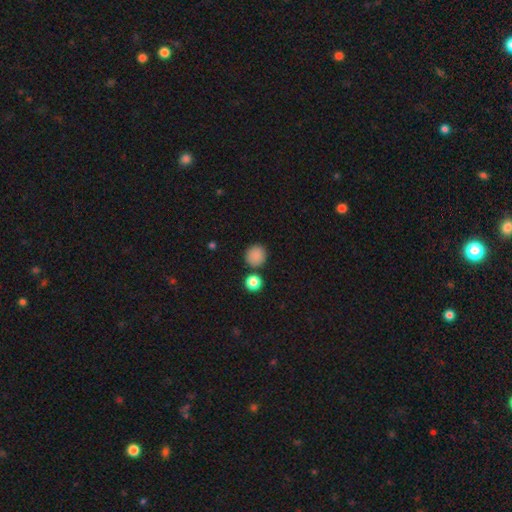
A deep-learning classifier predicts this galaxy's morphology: A smooth galaxy with no disk features (87%) that is round (92%). Merging: none (83%).